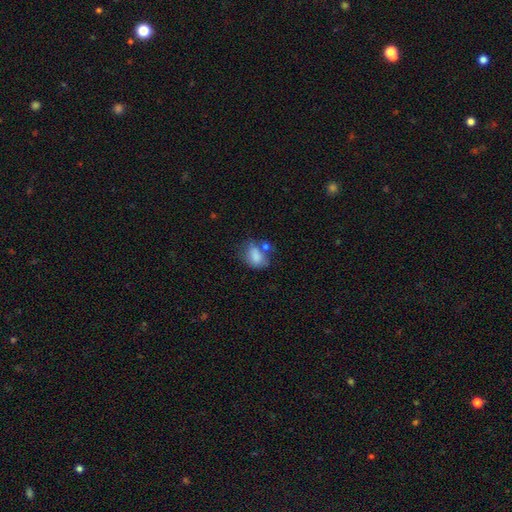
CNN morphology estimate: smooth-or-featured: smooth: 79% | featured or disk: 12% | star or artifact: 9%
  how-rounded: in between: 75% | round: 24% | cigar-shaped: 2%
  merging: none: 41% | merger: 25% | minor disturbance: 22% | major disturbance: 12%